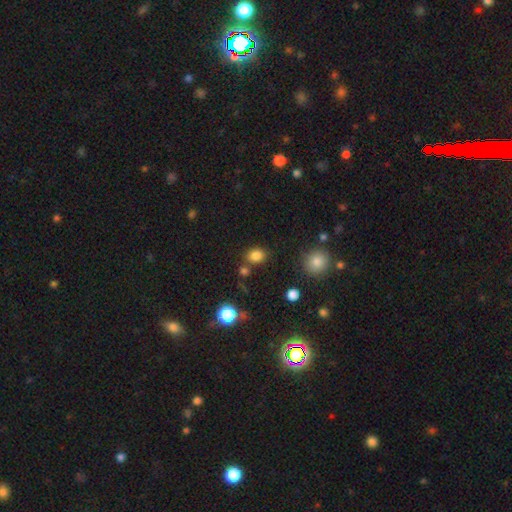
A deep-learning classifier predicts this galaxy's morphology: type=smooth (82%); roundness=in between (54%); merging=none (74%).